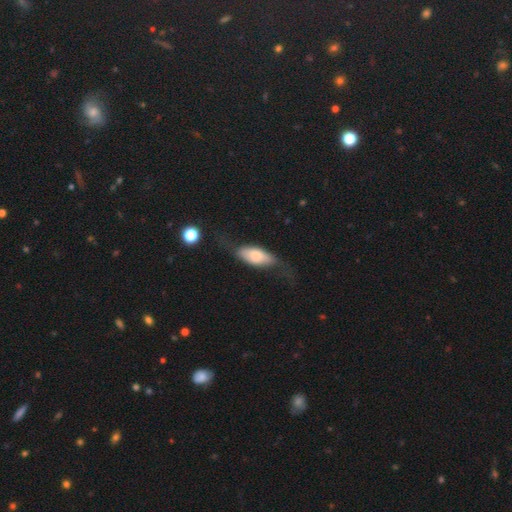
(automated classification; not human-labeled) Smooth or featured? Predicted: smooth (p=0.62). How rounded? Predicted: in between (p=0.79). Merging? Predicted: none (p=0.52).